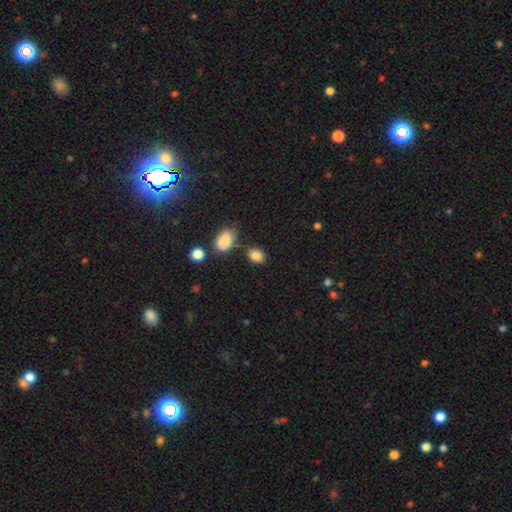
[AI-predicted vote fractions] smooth_or_featured: smooth (p=0.85) [alt: star or artifact p=0.10]
how_rounded: in between (p=0.63) [alt: round p=0.36]
merging: none (p=0.71) [alt: minor disturbance p=0.17]